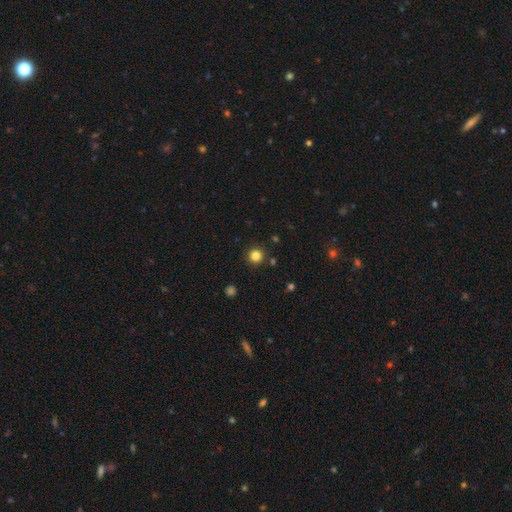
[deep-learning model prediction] Smooth or featured?
  - smooth: 83% *
  - star or artifact: 13%
  - featured or disk: 5%
How rounded?
  - round: 95% *
  - in between: 4%
  - cigar-shaped: 1%
Merging?
  - none: 91% *
  - minor disturbance: 5%
  - merger: 2%
  - major disturbance: 2%